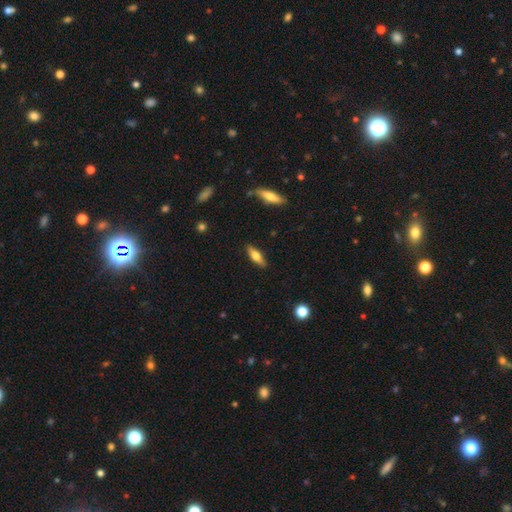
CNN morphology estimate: type=smooth (60%); roundness=in between (54%); merging=none (86%).